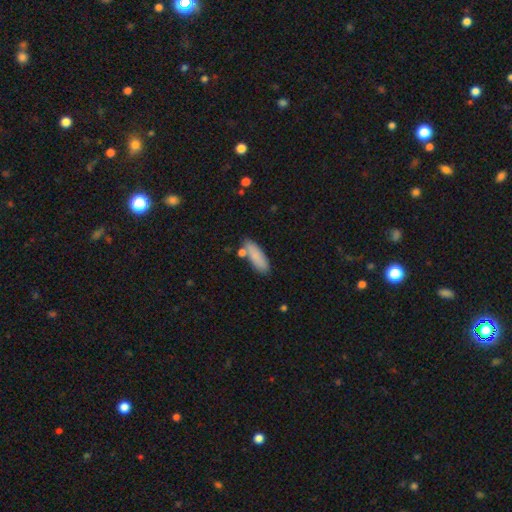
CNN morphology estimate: This appears to be a smooth galaxy with no disk features (84%) that is in between round and cigar-shaped (61%). Merging: none (73%).